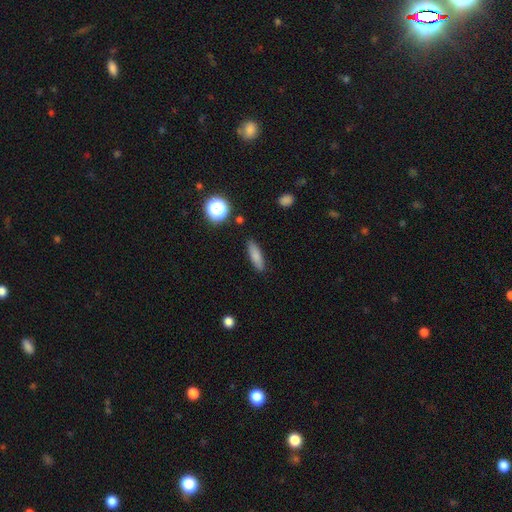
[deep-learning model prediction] smooth-or-featured: smooth: 81% | featured or disk: 10% | star or artifact: 9%
  how-rounded: cigar-shaped: 60% | in between: 37% | round: 3%
  merging: none: 87% | minor disturbance: 9% | major disturbance: 2% | merger: 2%